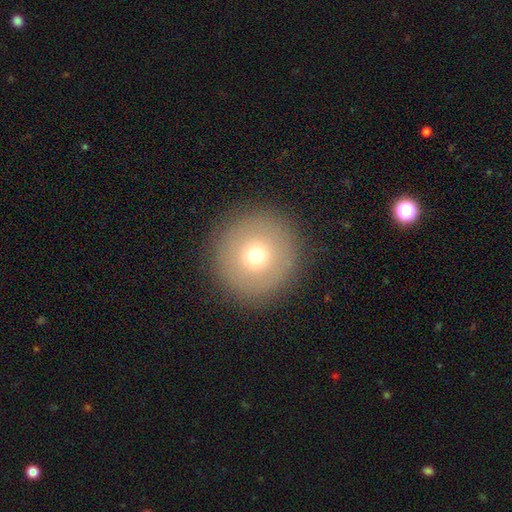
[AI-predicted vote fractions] smooth 69%, featured or disk 18%, star or artifact 13%. Down the decision tree: how rounded — round (96%); merging — none (91%).